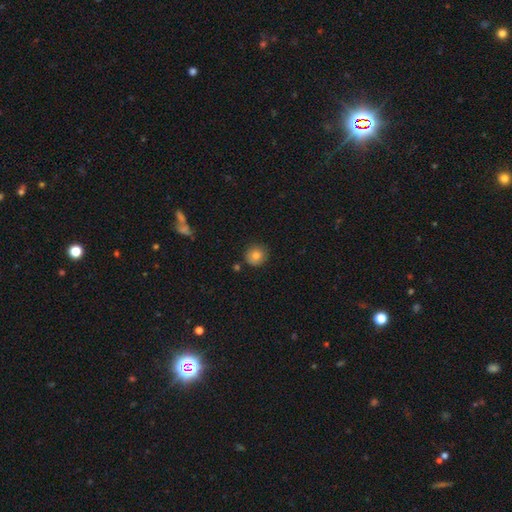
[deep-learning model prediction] Overall: smooth (81%). How rounded: round (88%). Merging: none (82%).